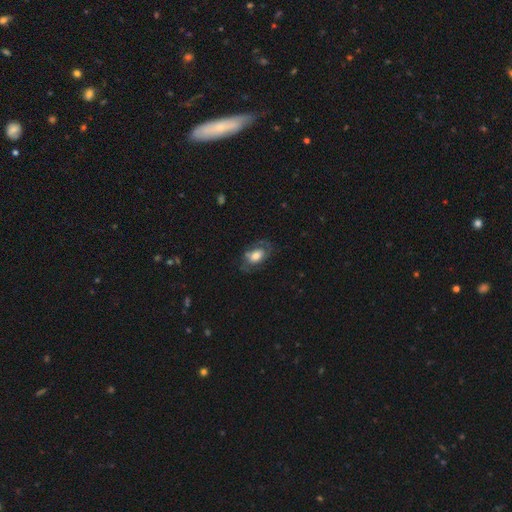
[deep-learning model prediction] Smooth or featured? Predicted: smooth (p=0.50). How rounded? Predicted: in between (p=0.86). Merging? Predicted: none (p=0.59).